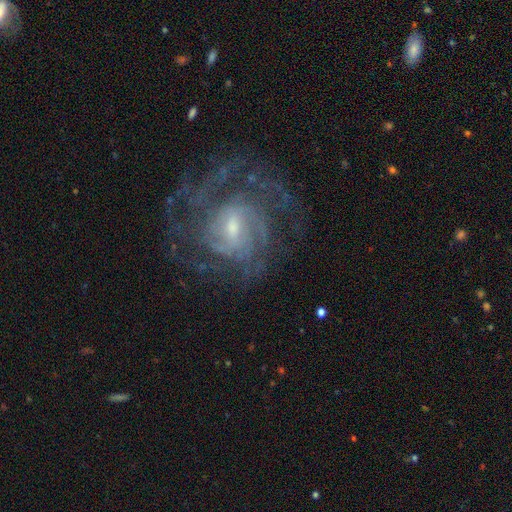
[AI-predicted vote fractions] featured or disk 82%, star or artifact 10%, smooth 8%. Down the decision tree: edge-on disk — no (97%); bar — weak (51%); spiral arms — yes (93%); spiral arm count — can't tell (36%); spiral winding — tight (58%); bulge size — small (59%); merging — none (74%).